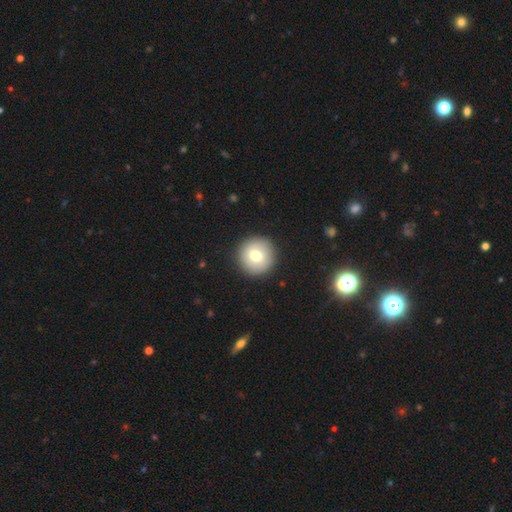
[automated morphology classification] Smooth or featured: smooth — 72% (featured or disk — 19%)
How rounded: round — 96% (in between — 3%)
Merging: none — 92% (minor disturbance — 5%)